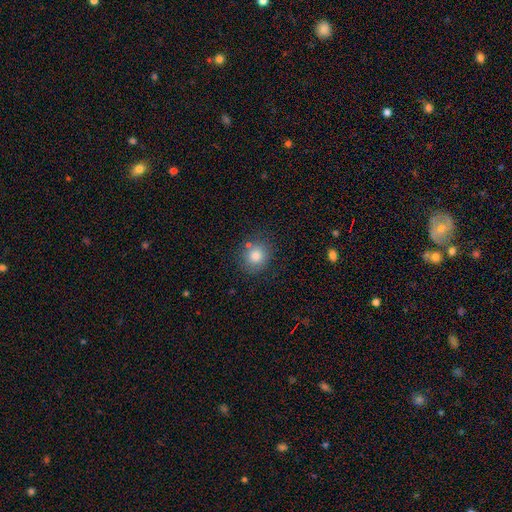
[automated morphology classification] Q: Smooth or featured?
A: smooth (82%); runner-up: star or artifact (10%)
Q: How rounded?
A: round (78%); runner-up: in between (21%)
Q: Merging?
A: none (76%); runner-up: minor disturbance (13%)